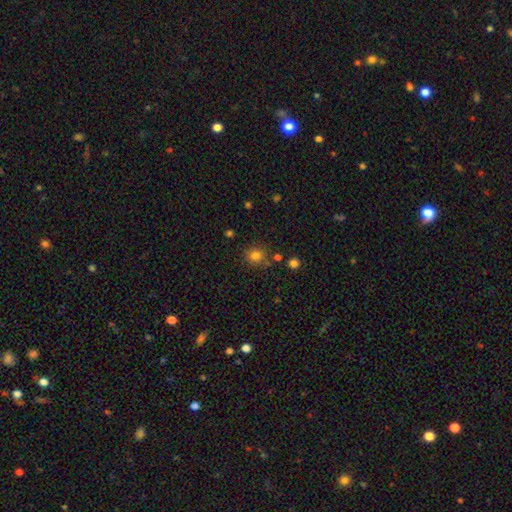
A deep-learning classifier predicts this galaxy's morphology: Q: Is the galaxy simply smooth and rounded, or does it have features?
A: smooth — 80%.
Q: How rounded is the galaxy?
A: round — 87%.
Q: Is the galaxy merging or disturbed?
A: none — 81%.